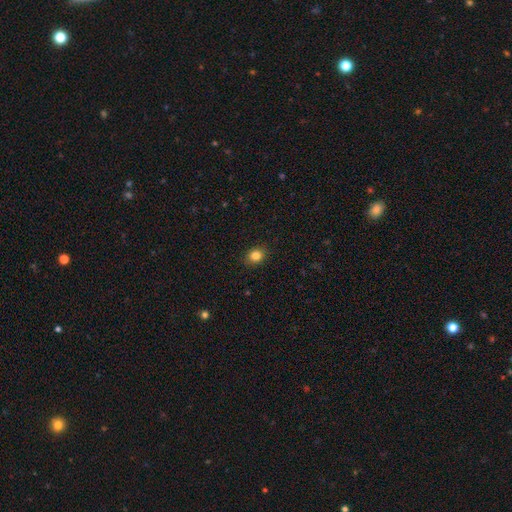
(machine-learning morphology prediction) Smooth or featured? Predicted: smooth (p=0.83). How rounded? Predicted: round (p=0.56). Merging? Predicted: none (p=0.89).